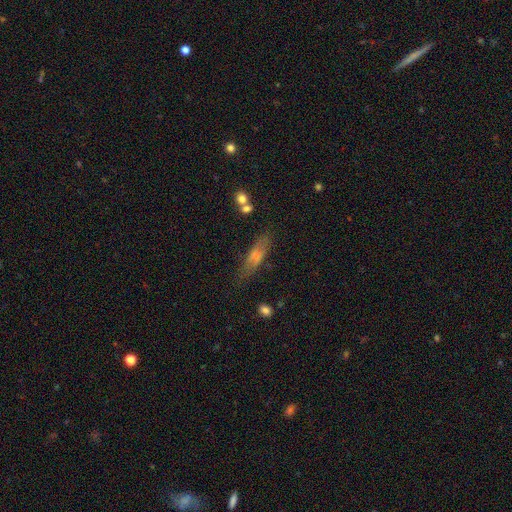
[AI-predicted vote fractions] Q: Smooth or featured?
A: smooth (58%); runner-up: featured or disk (32%)
Q: How rounded?
A: cigar-shaped (63%); runner-up: in between (34%)
Q: Merging?
A: none (71%); runner-up: minor disturbance (18%)